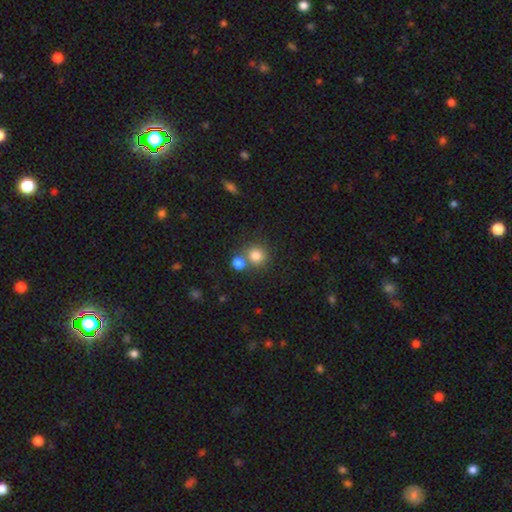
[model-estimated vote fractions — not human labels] Q: Smooth or featured?
A: smooth (81%); runner-up: star or artifact (12%)
Q: How rounded?
A: round (90%); runner-up: in between (9%)
Q: Merging?
A: none (65%); runner-up: merger (25%)